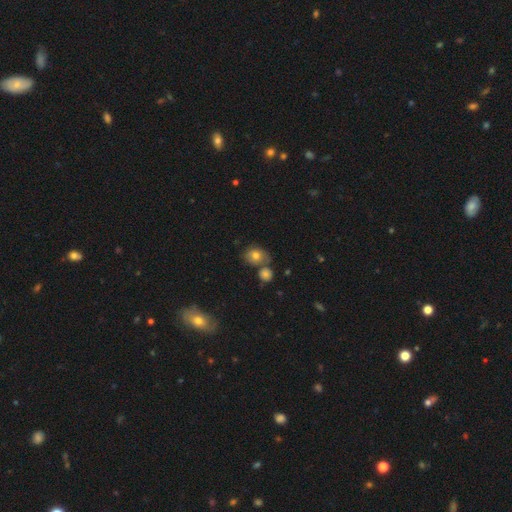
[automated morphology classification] The model was most divided on "merging": none: 55%, merger: 26%, minor disturbance: 14%, major disturbance: 5%. More confident: smooth or featured — smooth (73%); how rounded — round (69%).